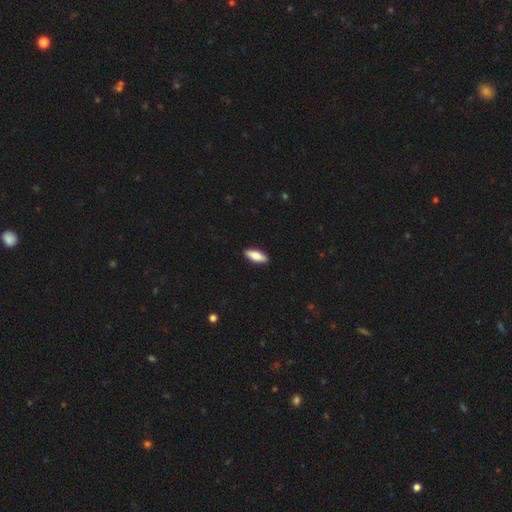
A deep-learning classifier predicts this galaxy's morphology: This is likely a smooth galaxy (75%). How rounded: likely in between (70%). Merging: clearly none (90%).